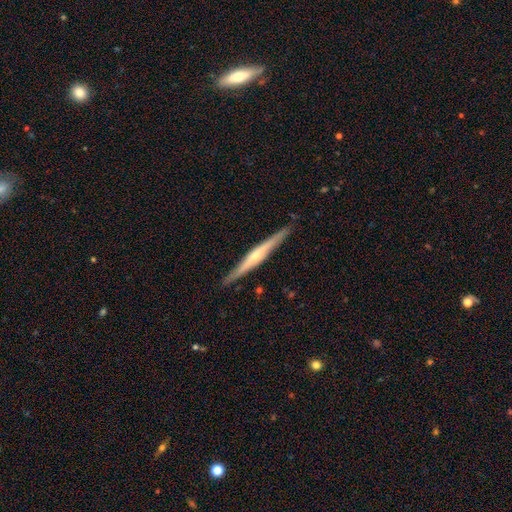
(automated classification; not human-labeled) Smooth or featured? featured or disk (76%)
Edge-on disk? yes (97%)
Edge-on bulge? rounded (80%)
Merging? none (90%)